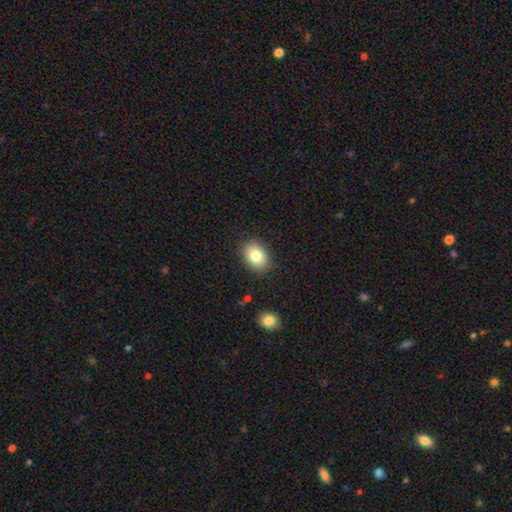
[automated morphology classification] A smooth galaxy with no disk features (82%) that is in between round and cigar-shaped (75%).

Vote fractions:
- Smooth or featured? smooth: 82% / featured or disk: 9% / star or artifact: 9%
- How rounded? in between: 75% / round: 24% / cigar-shaped: 1%
- Merging? none: 87% / minor disturbance: 9% / major disturbance: 3% / merger: 1%